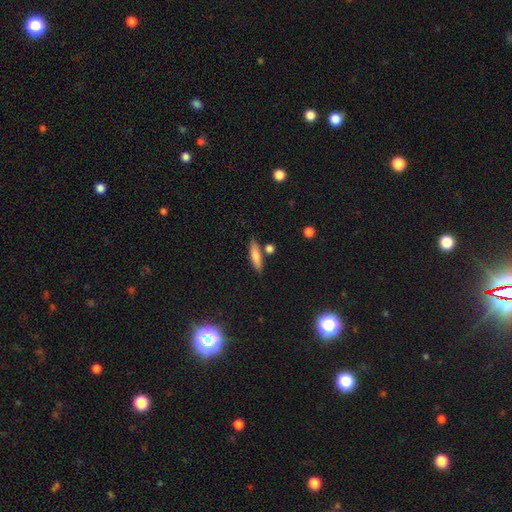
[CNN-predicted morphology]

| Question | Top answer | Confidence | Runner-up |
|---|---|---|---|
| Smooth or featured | smooth | 74% | featured or disk (19%) |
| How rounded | cigar-shaped | 68% | in between (29%) |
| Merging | none | 78% | minor disturbance (11%) |